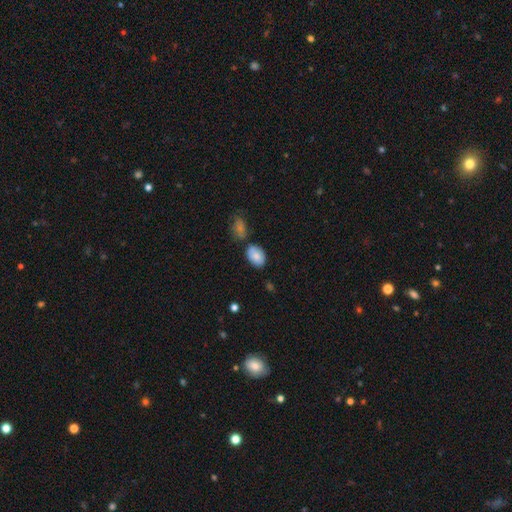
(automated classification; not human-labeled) Smooth or featured? Predicted: smooth (p=0.82). How rounded? Predicted: in between (p=0.86). Merging? Predicted: none (p=0.66).